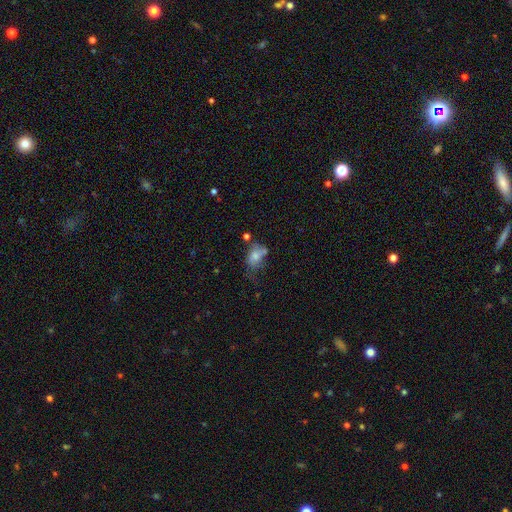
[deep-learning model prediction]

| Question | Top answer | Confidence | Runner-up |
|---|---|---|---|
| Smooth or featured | smooth | 60% | featured or disk (28%) |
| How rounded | in between | 77% | round (21%) |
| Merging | major disturbance | 30% | none (28%) |